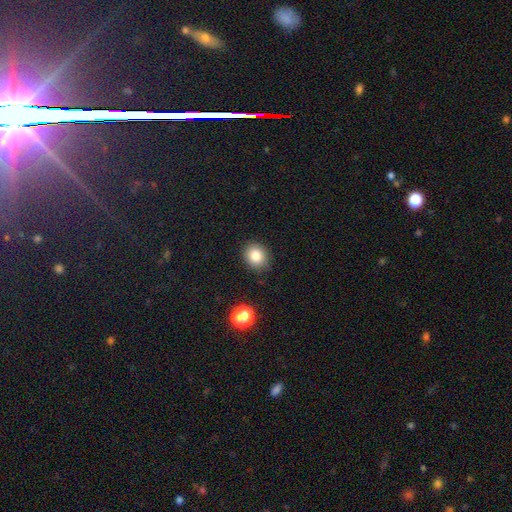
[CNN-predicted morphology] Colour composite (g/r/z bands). It shows a smooth galaxy with no disk features (82%) that is round (73%). Merging: none (88%).